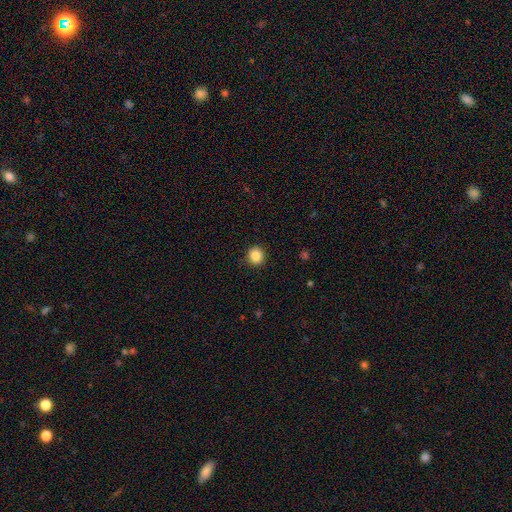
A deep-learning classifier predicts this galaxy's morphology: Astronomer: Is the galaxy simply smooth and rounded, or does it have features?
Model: smooth — 87%.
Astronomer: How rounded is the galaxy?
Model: round — 89%.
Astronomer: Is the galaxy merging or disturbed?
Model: none — 91%.